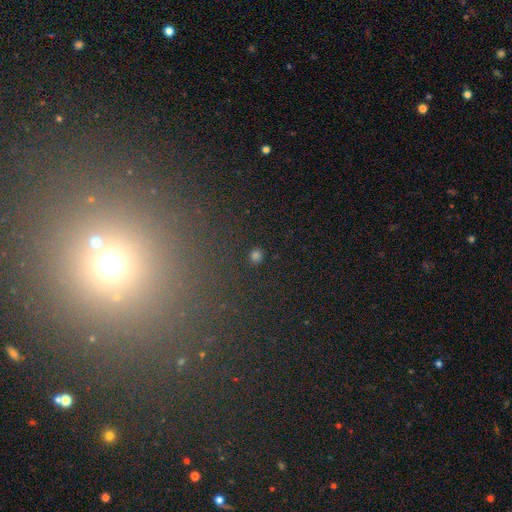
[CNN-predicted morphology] smooth-or-featured: smooth: 72% | star or artifact: 23% | featured or disk: 5%
  how-rounded: round: 82% | in between: 17% | cigar-shaped: 2%
  merging: none: 91% | minor disturbance: 5% | major disturbance: 2% | merger: 2%